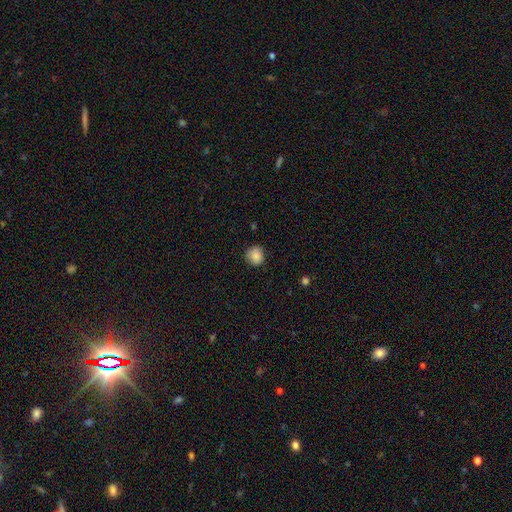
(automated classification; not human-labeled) Smooth or featured?
  - smooth: 86% *
  - star or artifact: 9%
  - featured or disk: 5%
How rounded?
  - round: 86% *
  - in between: 13%
  - cigar-shaped: 1%
Merging?
  - none: 82% *
  - minor disturbance: 14%
  - major disturbance: 3%
  - merger: 1%